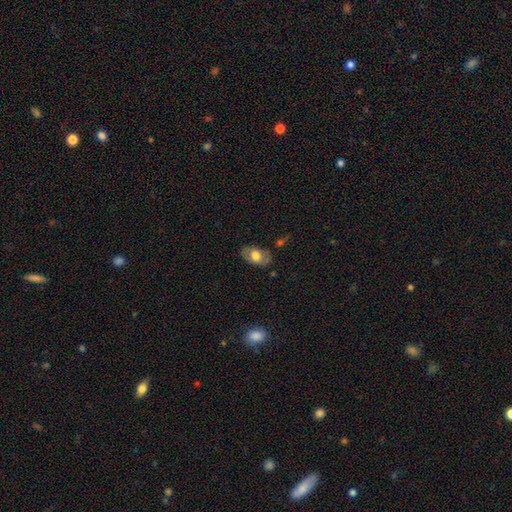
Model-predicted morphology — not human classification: Smooth or featured? smooth (62%)
How rounded? in between (90%)
Merging? none (78%)